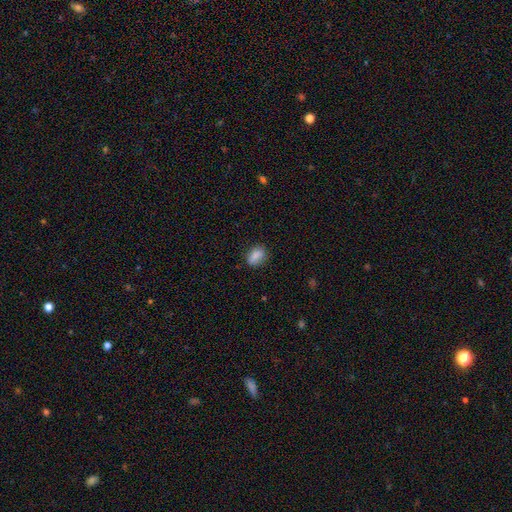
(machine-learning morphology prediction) Smooth or featured? smooth (82%)
How rounded? in between (74%)
Merging? none (79%)